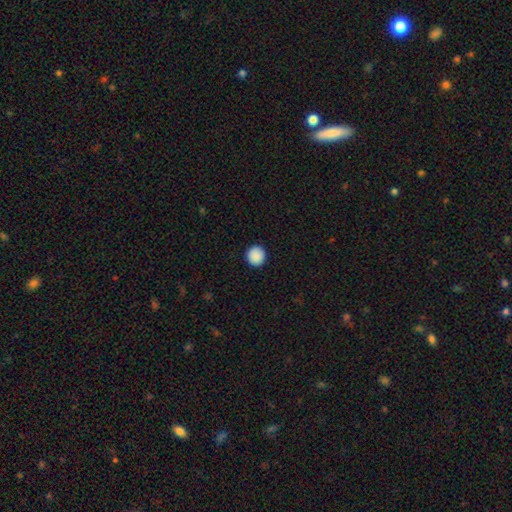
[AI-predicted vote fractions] smooth 90%, star or artifact 8%, featured or disk 2%. Down the decision tree: how rounded — round (95%); merging — none (93%).